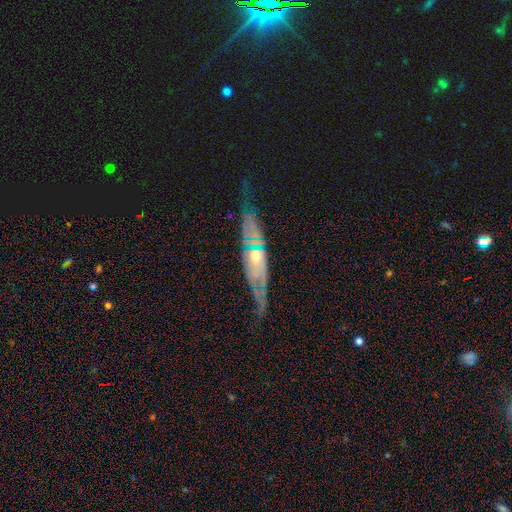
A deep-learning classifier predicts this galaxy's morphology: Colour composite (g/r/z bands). It shows a featured or disk galaxy (79%). Merging: none (66%).